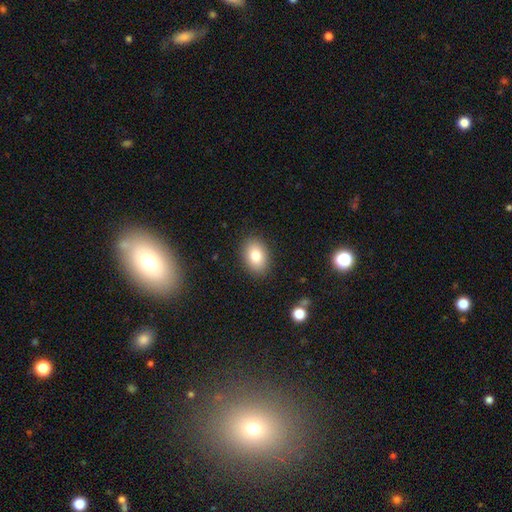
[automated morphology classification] Overall: smooth (83%). How rounded: in between (78%). Merging: none (88%).